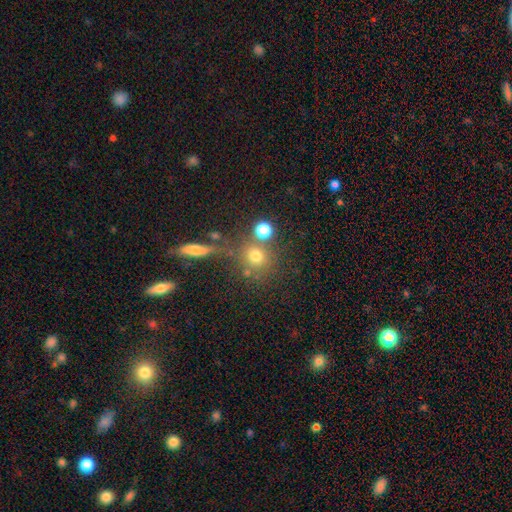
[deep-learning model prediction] Smooth or featured?
  - smooth: 70% *
  - star or artifact: 17%
  - featured or disk: 13%
How rounded?
  - round: 86% *
  - in between: 12%
  - cigar-shaped: 2%
Merging?
  - none: 63% *
  - merger: 20%
  - minor disturbance: 11%
  - major disturbance: 6%